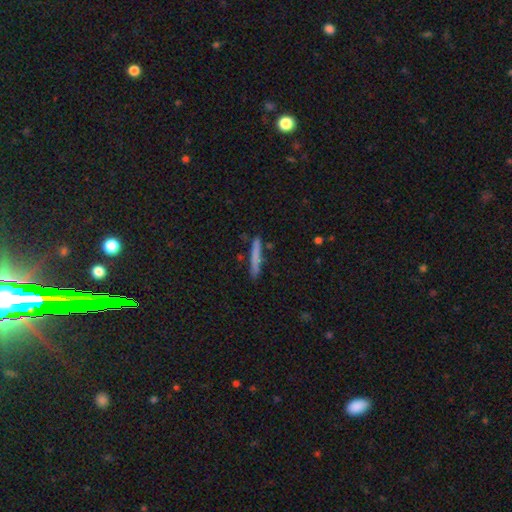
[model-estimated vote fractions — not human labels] Q: Smooth or featured?
A: smooth (72%); runner-up: featured or disk (22%)
Q: How rounded?
A: cigar-shaped (96%); runner-up: in between (3%)
Q: Merging?
A: none (87%); runner-up: minor disturbance (9%)